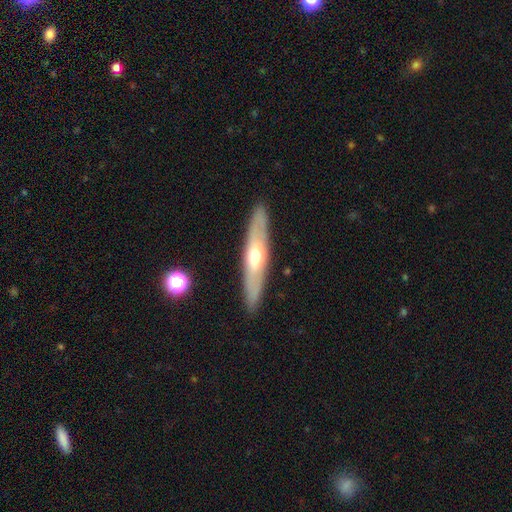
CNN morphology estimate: Q: Smooth or featured?
A: featured or disk (61%); runner-up: smooth (32%)
Q: Edge-on disk?
A: yes (73%); runner-up: no (27%)
Q: Merging?
A: none (89%); runner-up: minor disturbance (8%)